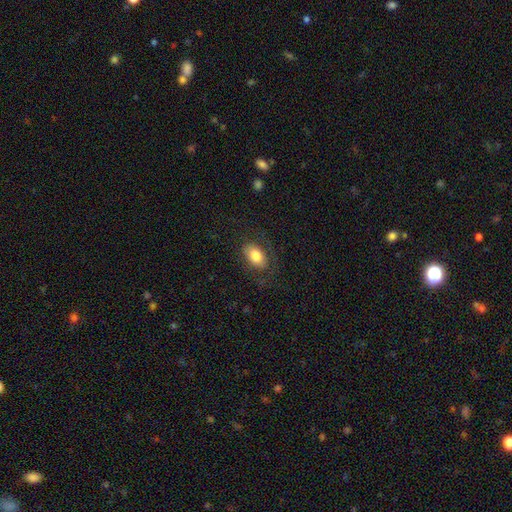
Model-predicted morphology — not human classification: A smooth galaxy with no disk features (78%) that is in between round and cigar-shaped (89%).

Vote fractions:
- Smooth or featured? smooth: 78% / featured or disk: 15% / star or artifact: 7%
- How rounded? in between: 89% / round: 10% / cigar-shaped: 2%
- Merging? none: 75% / minor disturbance: 15% / major disturbance: 8% / merger: 1%